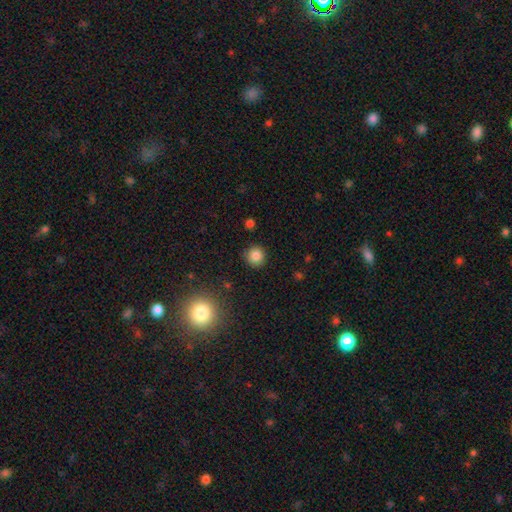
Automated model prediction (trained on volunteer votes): Q: Smooth or featured?
A: smooth (84%); runner-up: star or artifact (12%)
Q: How rounded?
A: round (92%); runner-up: in between (7%)
Q: Merging?
A: none (89%); runner-up: minor disturbance (7%)